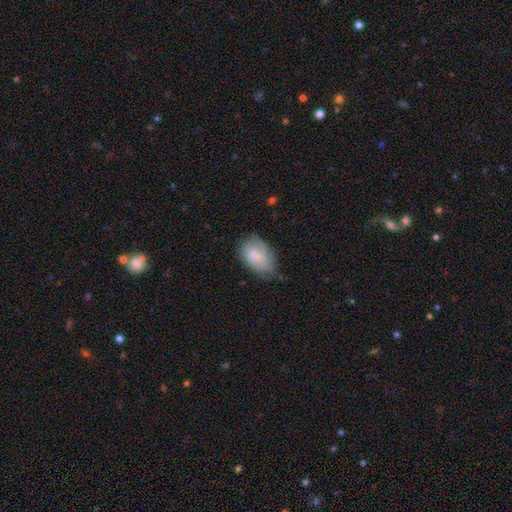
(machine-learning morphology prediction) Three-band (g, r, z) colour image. It shows a smooth galaxy with no disk features (70%) that is in between round and cigar-shaped (88%). Merging: none (53%).